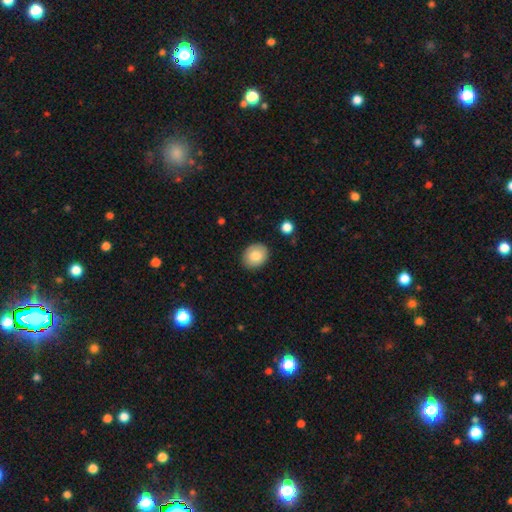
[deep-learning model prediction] Overall: smooth (81%). How rounded: round (56%; in between 43%). Merging: none (88%).